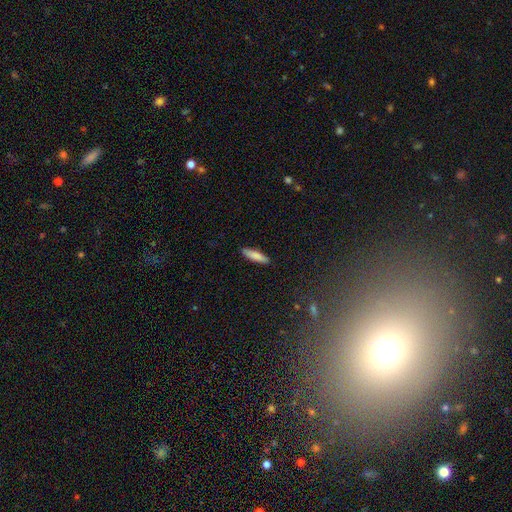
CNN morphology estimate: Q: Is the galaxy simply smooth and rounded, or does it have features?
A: smooth — 82%.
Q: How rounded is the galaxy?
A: cigar-shaped — 77%.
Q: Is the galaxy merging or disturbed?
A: none — 89%.